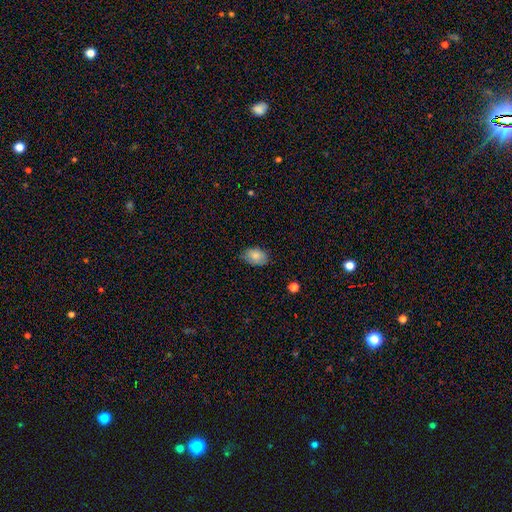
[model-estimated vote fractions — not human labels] This is clearly a smooth galaxy (84%). How rounded: clearly in between (87%). Merging: likely none (76%).